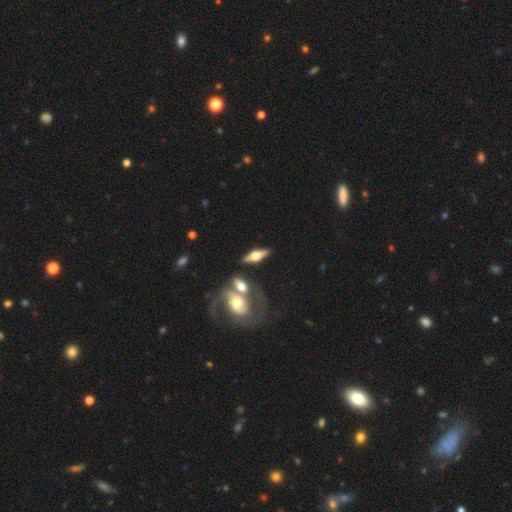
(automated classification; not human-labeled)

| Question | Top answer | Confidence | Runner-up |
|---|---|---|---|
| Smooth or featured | featured or disk | 72% | smooth (22%) |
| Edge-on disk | yes | 92% | no (8%) |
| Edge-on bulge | rounded | 95% | boxy (3%) |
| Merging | none | 74% | merger (12%) |